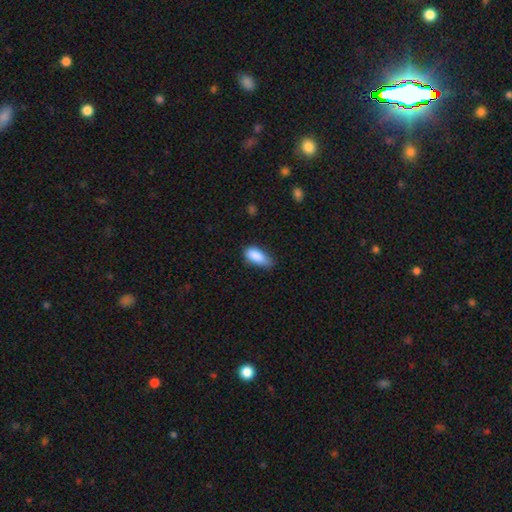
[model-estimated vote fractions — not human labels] A smooth galaxy with no disk features (87%) that is in between round and cigar-shaped (84%). Merging: none (49%).